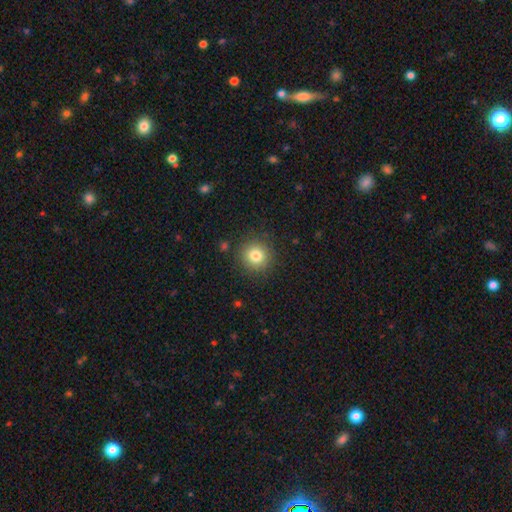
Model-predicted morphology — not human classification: The model was most divided on "smooth or featured": smooth: 80%, star or artifact: 12%, featured or disk: 8%. More confident: how rounded — round (92%); merging — none (89%).